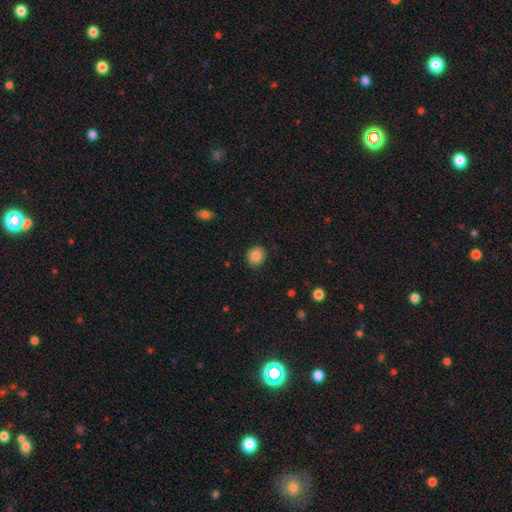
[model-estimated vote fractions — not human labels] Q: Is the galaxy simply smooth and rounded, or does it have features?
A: smooth — 84%.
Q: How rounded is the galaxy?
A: round — 83%.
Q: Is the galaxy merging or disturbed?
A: none — 90%.